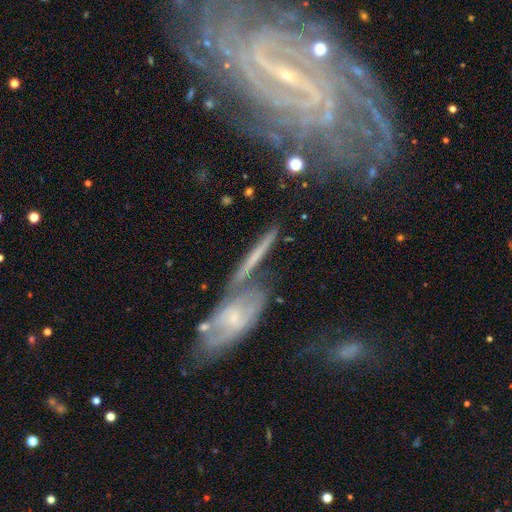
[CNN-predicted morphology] featured or disk 55%, smooth 36%, star or artifact 10%. Down the decision tree: edge-on disk — yes (72%); merging — none (54%).